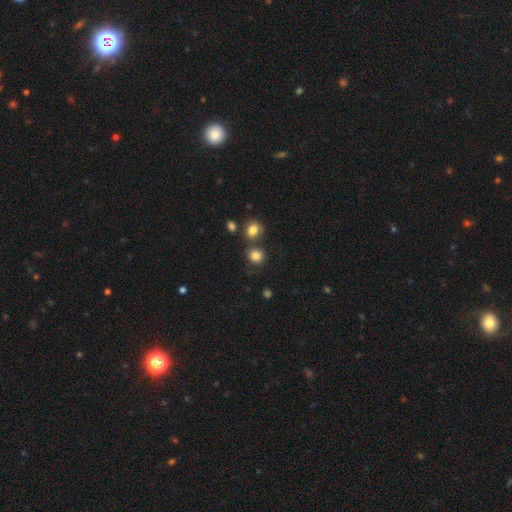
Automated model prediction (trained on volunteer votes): smooth 83%, star or artifact 11%, featured or disk 6%. Down the decision tree: how rounded — round (82%); merging — none (67%).